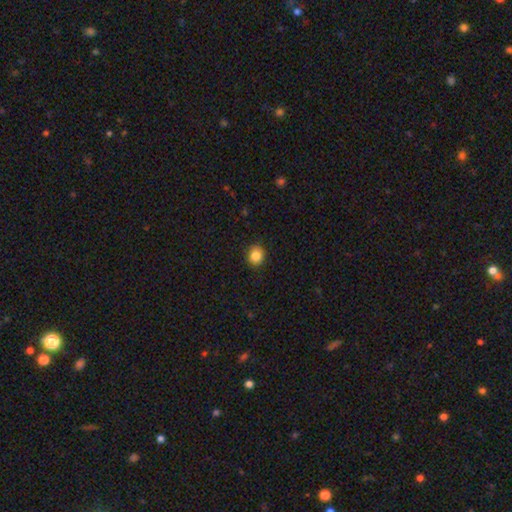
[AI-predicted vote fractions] Smooth or featured? smooth (85%)
How rounded? round (84%)
Merging? none (90%)